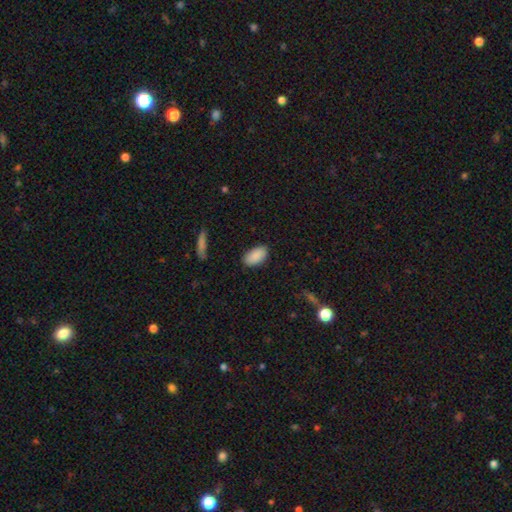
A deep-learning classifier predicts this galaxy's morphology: Overall: smooth (89%). How rounded: in between (94%). Merging: none (86%).